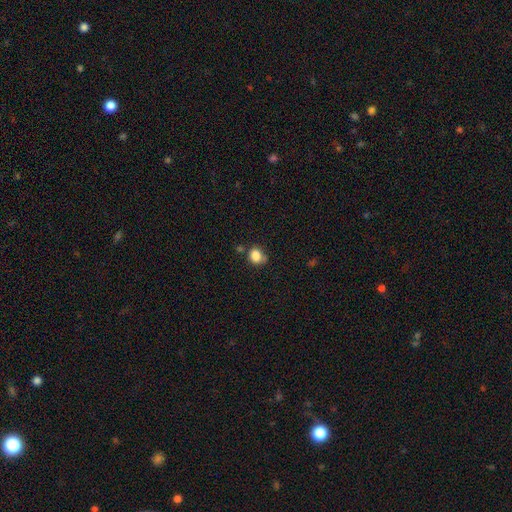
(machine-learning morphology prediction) A smooth galaxy with no disk features (84%) that is round (66%).

Vote fractions:
- Smooth or featured? smooth: 84% / star or artifact: 10% / featured or disk: 5%
- How rounded? round: 66% / in between: 34% / cigar-shaped: 1%
- Merging? none: 62% / minor disturbance: 23% / merger: 9% / major disturbance: 6%